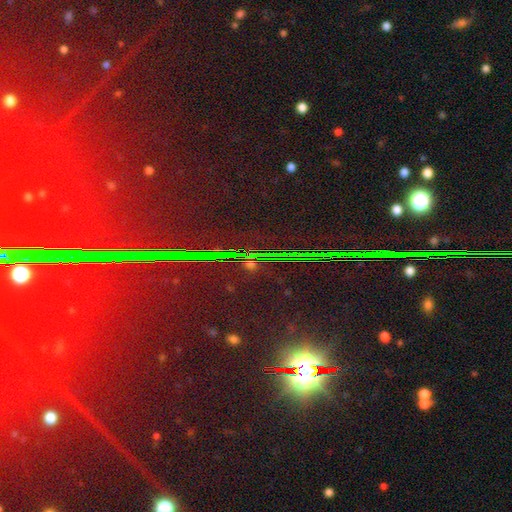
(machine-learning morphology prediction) A star or artifact, not a galaxy (85%).